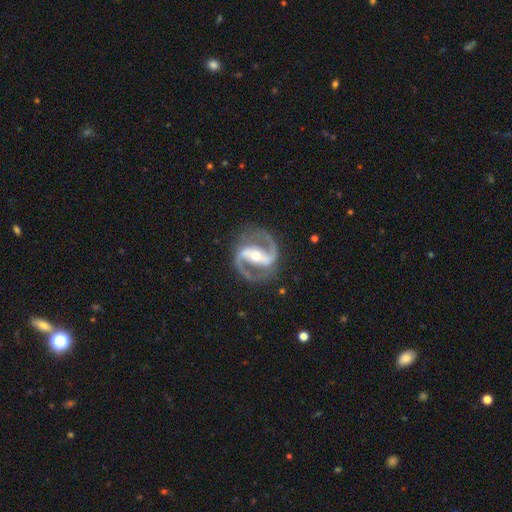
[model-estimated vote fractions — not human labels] This appears to be a featured or disk galaxy (93%) with a strong bar (64%), 2 (94%) medium (63%) spiral arms (98%) and a moderate central bulge (62%). Merging: none (84%).